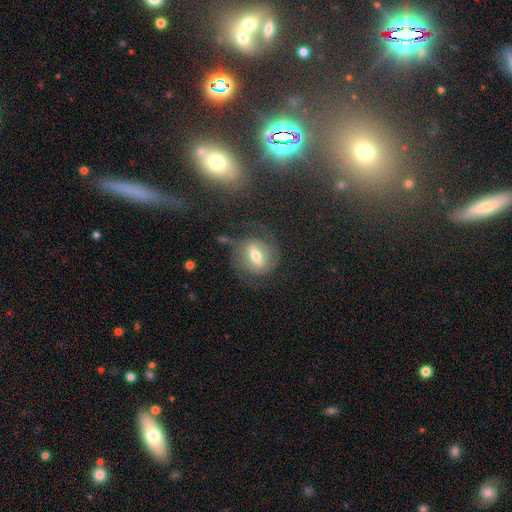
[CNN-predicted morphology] Smooth or featured? Predicted: featured or disk (p=0.66). Edge-on disk? Predicted: no (p=0.93). Bar? Predicted: strong (p=0.46). Spiral arms? Predicted: yes (p=0.80). Bulge size? Predicted: moderate (p=0.71). Merging? Predicted: none (p=0.63).